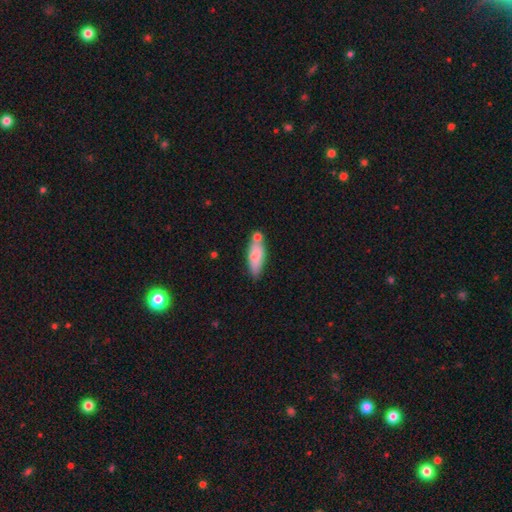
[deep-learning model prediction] This is likely a smooth galaxy (77%). How rounded: possibly in between (56%). Merging: likely none (61%).